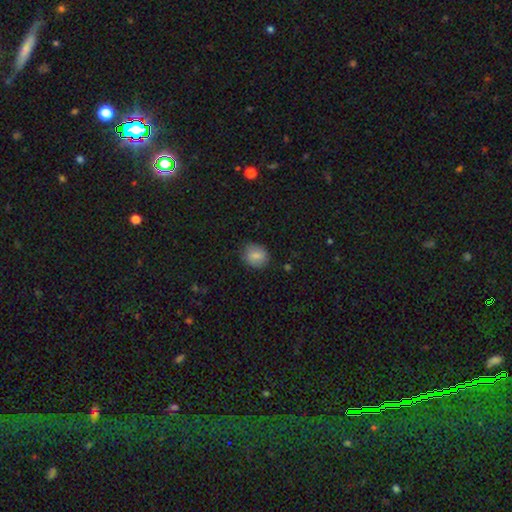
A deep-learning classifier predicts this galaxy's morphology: smooth_or_featured: smooth (p=0.83) [alt: featured or disk p=0.09]
how_rounded: round (p=0.62) [alt: in between p=0.36]
merging: none (p=0.80) [alt: minor disturbance p=0.15]